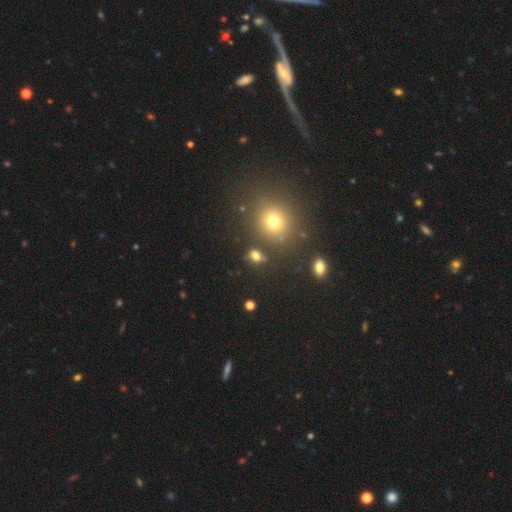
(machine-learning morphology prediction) This is likely a smooth galaxy (71%). How rounded: possibly in between (52%). Merging: likely none (77%).